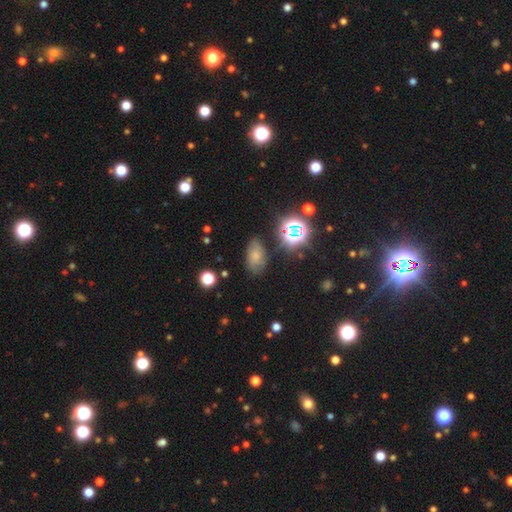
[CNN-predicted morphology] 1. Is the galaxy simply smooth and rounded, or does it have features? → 54% smooth, 24% star or artifact, 22% featured or disk.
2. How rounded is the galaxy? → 87% in between, 11% round, 2% cigar-shaped.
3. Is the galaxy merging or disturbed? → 65% none, 23% minor disturbance, 9% major disturbance, 3% merger.